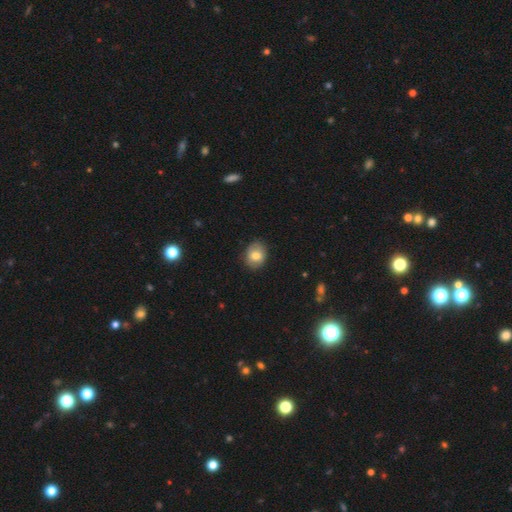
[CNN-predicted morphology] This appears to be a smooth galaxy with no disk features (77%) that is round (53%). Merging: none (84%).